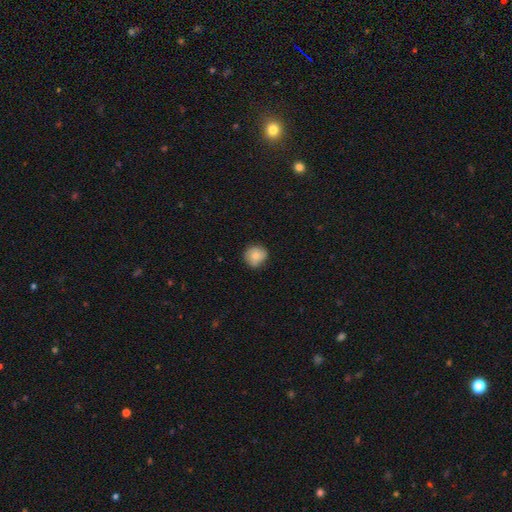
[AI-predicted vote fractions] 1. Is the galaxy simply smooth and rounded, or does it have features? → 81% smooth, 11% featured or disk, 8% star or artifact.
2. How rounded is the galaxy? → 87% round, 12% in between, 1% cigar-shaped.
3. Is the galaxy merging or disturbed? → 76% none, 20% minor disturbance, 3% major disturbance, 1% merger.